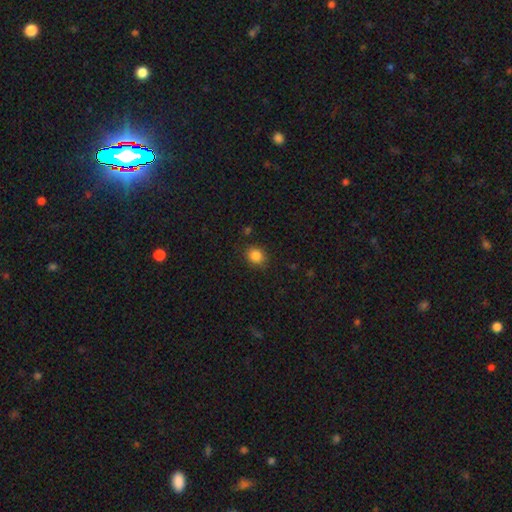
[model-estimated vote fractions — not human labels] This is clearly a smooth galaxy (85%). How rounded: likely round (67%). Merging: clearly none (84%).